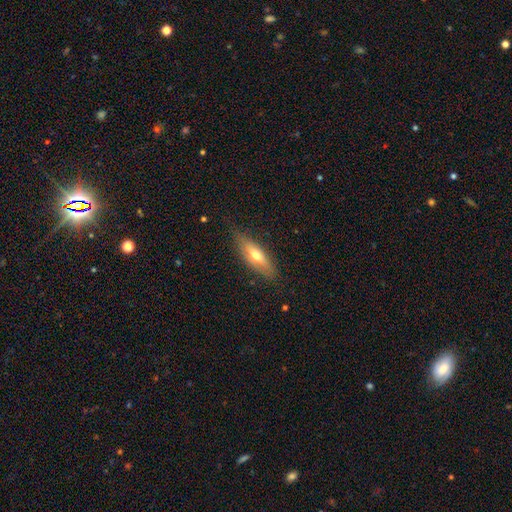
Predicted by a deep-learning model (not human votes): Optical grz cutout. It shows a smooth galaxy with no disk features (51%) that is cigar-shaped (49%). Merging: none (81%).